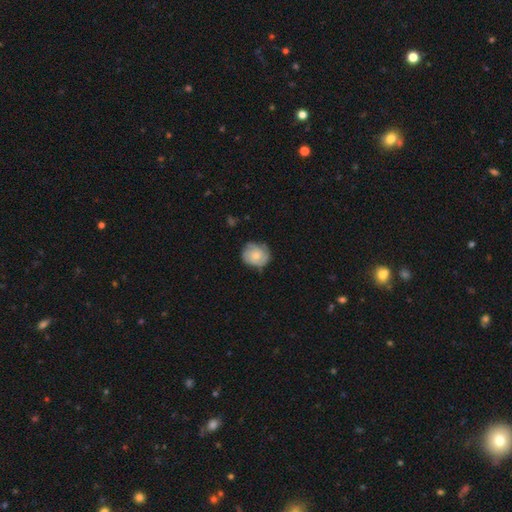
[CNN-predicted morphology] smooth-or-featured: smooth: 56% | featured or disk: 38% | star or artifact: 7%
  how-rounded: round: 81% | in between: 18% | cigar-shaped: 1%
  merging: none: 72% | minor disturbance: 22% | major disturbance: 5% | merger: 1%